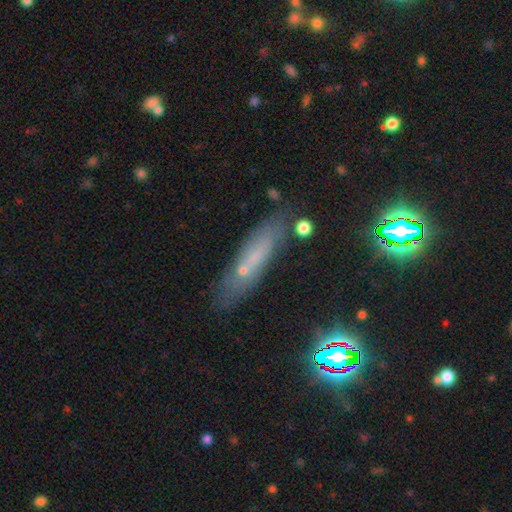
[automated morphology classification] Smooth or featured? Predicted: smooth (p=0.56). How rounded? Predicted: cigar-shaped (p=0.75). Merging? Predicted: none (p=0.76).